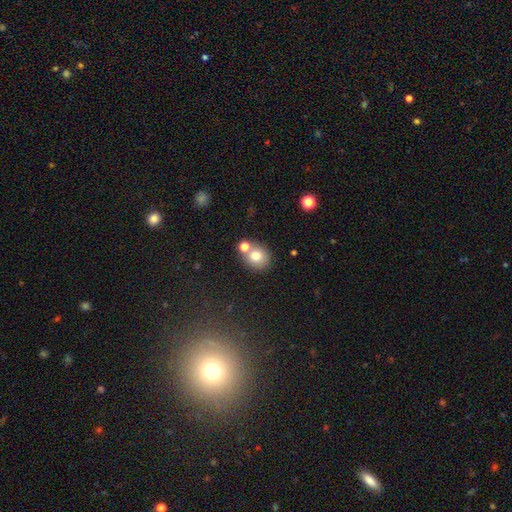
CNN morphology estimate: smooth 76%, featured or disk 13%, star or artifact 11%. Down the decision tree: how rounded — round (73%); merging — none (61%).